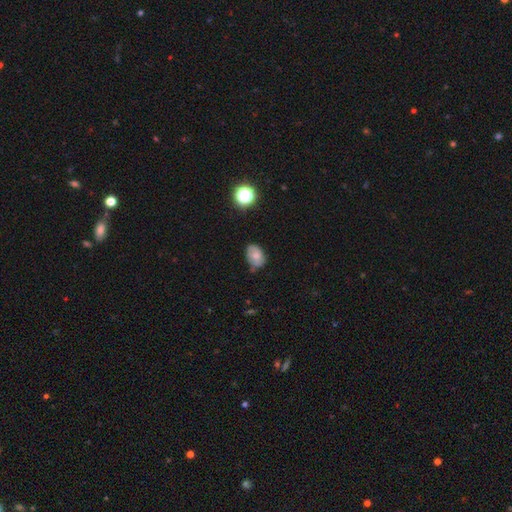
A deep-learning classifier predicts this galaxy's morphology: A smooth galaxy with no disk features (67%) that is in between round and cigar-shaped (77%).

Vote fractions:
- Smooth or featured? smooth: 67% / featured or disk: 22% / star or artifact: 11%
- How rounded? in between: 77% / round: 22% / cigar-shaped: 1%
- Merging? none: 63% / minor disturbance: 29% / major disturbance: 5% / merger: 3%